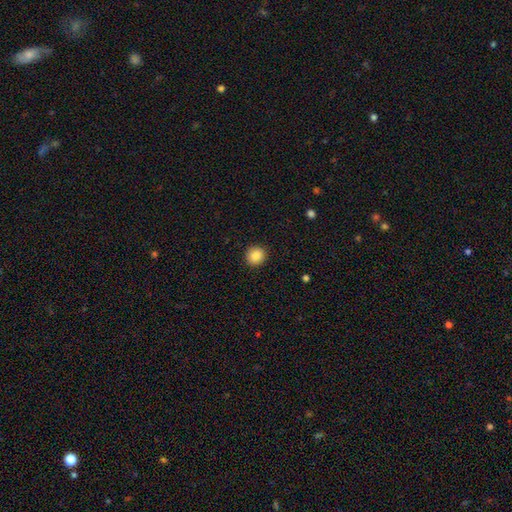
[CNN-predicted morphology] This is clearly a smooth galaxy (87%). How rounded: clearly round (89%). Merging: clearly none (91%).